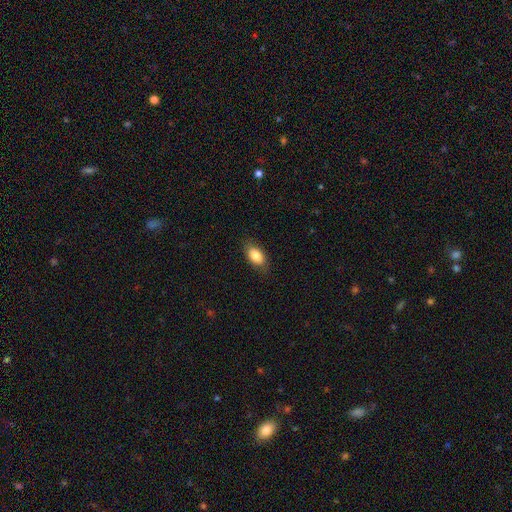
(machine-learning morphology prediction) Smooth or featured: smooth — 85% (featured or disk — 8%)
How rounded: in between — 90% (round — 7%)
Merging: none — 82% (minor disturbance — 14%)